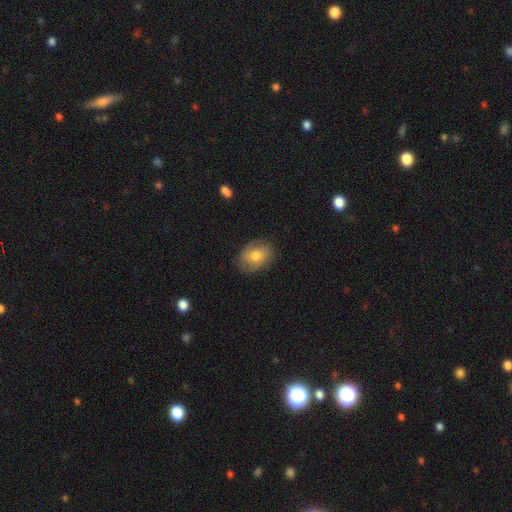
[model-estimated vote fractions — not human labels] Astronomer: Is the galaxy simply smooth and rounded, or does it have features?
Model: smooth — 69%.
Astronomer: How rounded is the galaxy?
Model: in between — 77%.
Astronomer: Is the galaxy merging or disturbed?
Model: none — 79%.